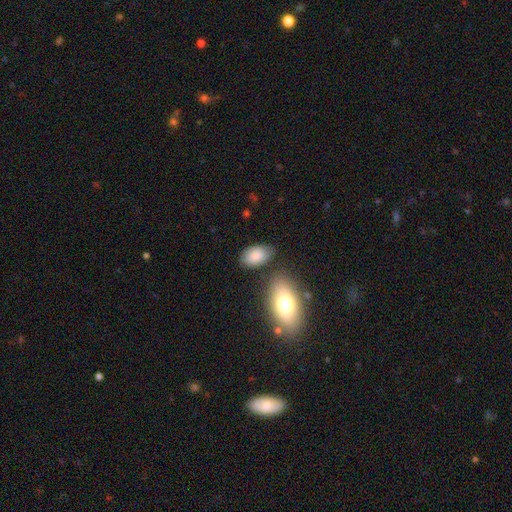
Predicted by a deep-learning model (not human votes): smooth_or_featured: smooth (p=0.84) [alt: featured or disk p=0.09]
how_rounded: in between (p=0.94) [alt: round p=0.05]
merging: none (p=0.69) [alt: minor disturbance p=0.19]